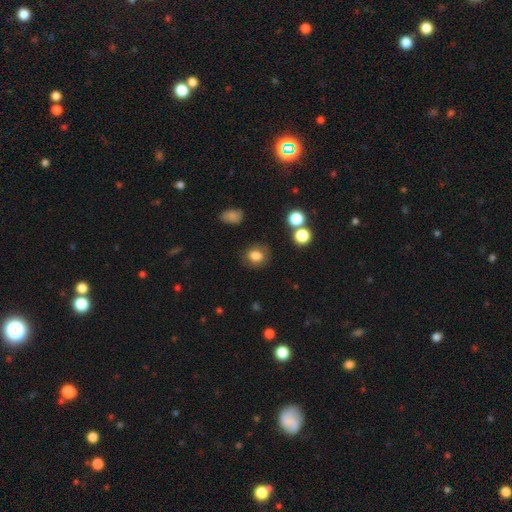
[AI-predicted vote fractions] Smooth or featured? smooth (80%)
How rounded? round (62%)
Merging? none (80%)